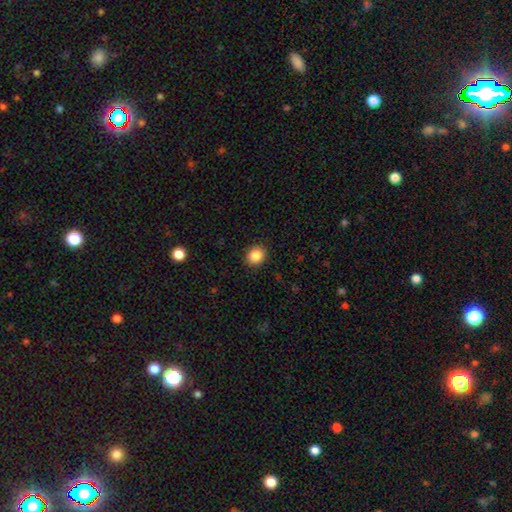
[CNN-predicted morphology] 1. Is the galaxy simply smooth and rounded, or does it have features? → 87% smooth, 9% star or artifact, 4% featured or disk.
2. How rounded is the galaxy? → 73% round, 27% in between, 1% cigar-shaped.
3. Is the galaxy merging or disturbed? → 91% none, 6% minor disturbance, 2% major disturbance, 1% merger.